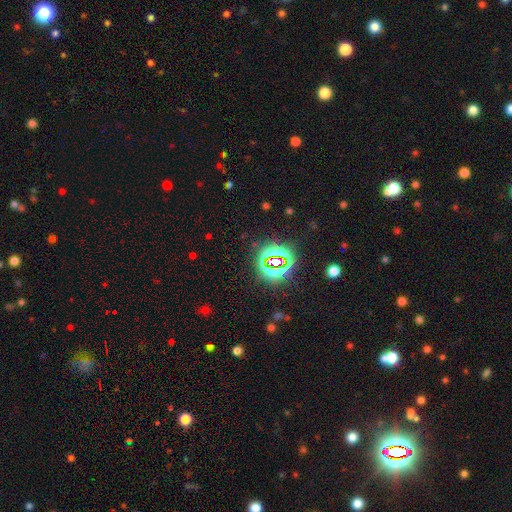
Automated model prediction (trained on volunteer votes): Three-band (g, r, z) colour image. It shows a star or artifact, not a galaxy (81%).